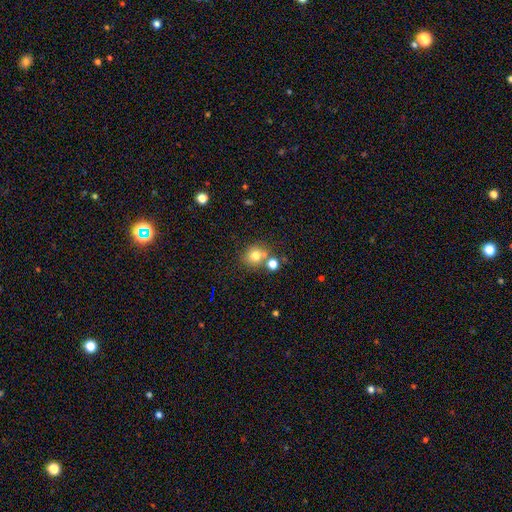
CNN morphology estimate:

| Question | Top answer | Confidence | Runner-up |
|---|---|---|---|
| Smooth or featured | smooth | 75% | star or artifact (15%) |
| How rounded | round | 83% | in between (16%) |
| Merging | none | 60% | merger (27%) |